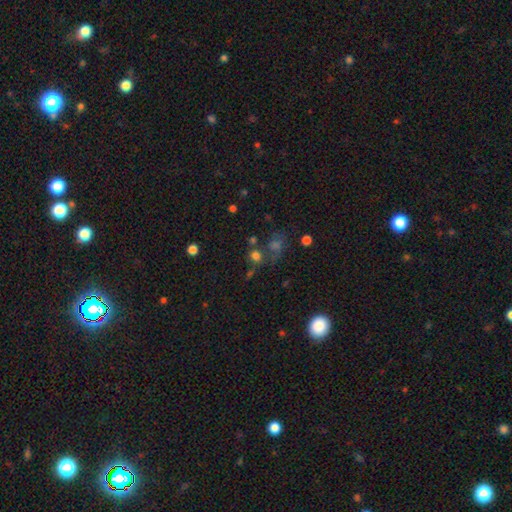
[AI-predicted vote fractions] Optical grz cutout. It shows a smooth galaxy with no disk features (67%) that is round (77%). Merging: none (58%).